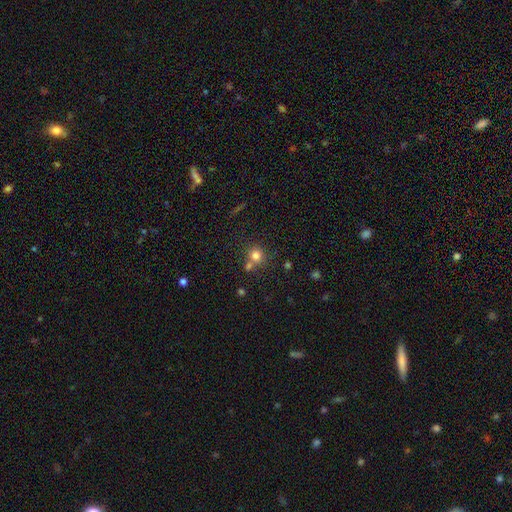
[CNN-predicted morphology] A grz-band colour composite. It shows a smooth galaxy with no disk features (77%) that is round (88%). Merging: none (58%).